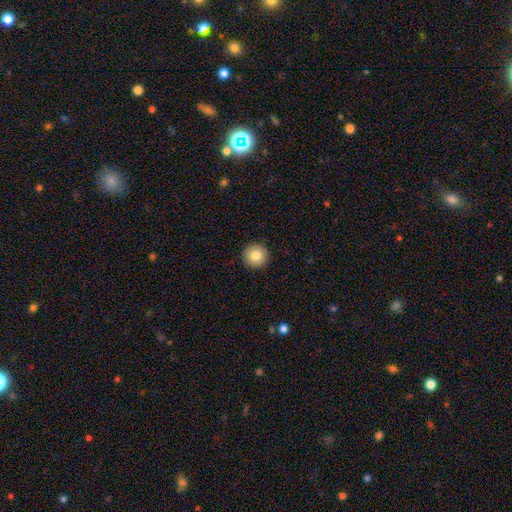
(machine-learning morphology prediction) Smooth or featured? Predicted: smooth (p=0.83). How rounded? Predicted: round (p=0.96). Merging? Predicted: none (p=0.92).